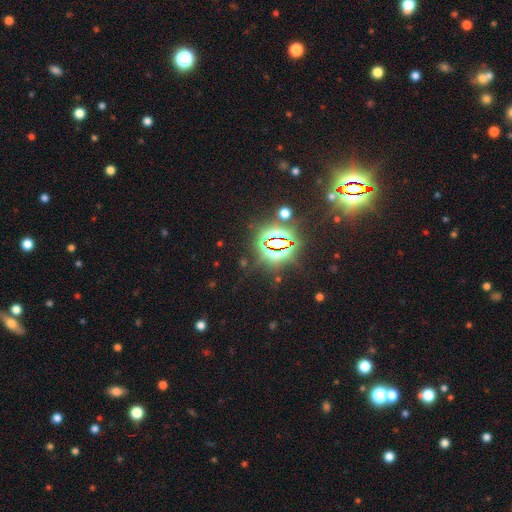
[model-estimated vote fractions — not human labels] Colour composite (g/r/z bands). It shows a star or artifact, not a galaxy (82%).